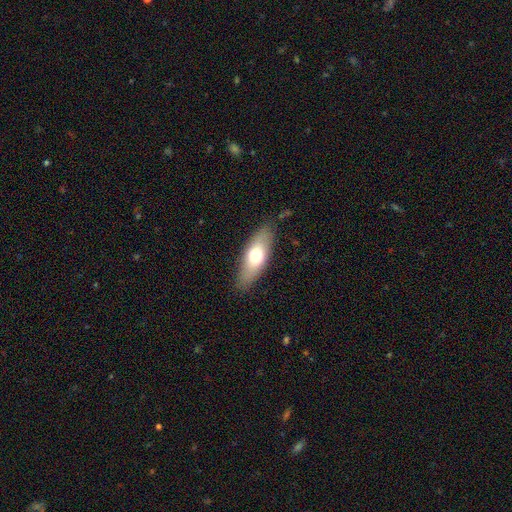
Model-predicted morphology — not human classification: A smooth galaxy with no disk features (63%) that is in between round and cigar-shaped (67%). Merging: none (84%).